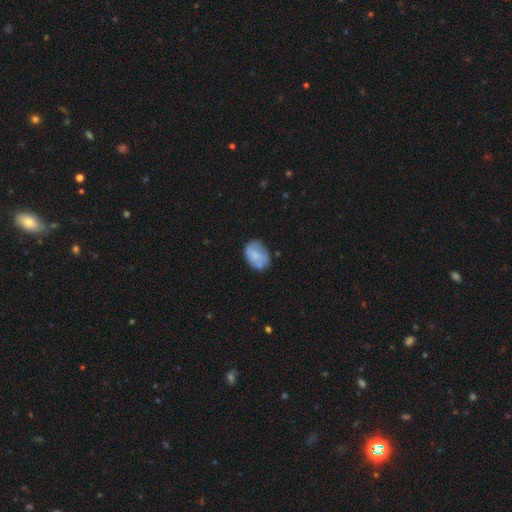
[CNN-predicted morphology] A smooth galaxy with no disk features (67%) that is in between round and cigar-shaped (74%). Merging: none (57%).